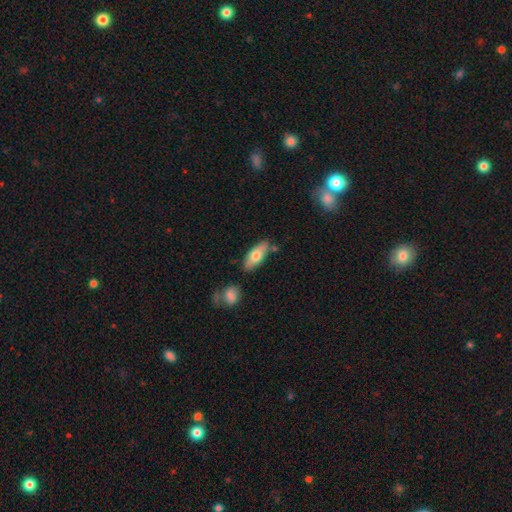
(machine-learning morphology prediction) The model was most divided on "smooth or featured": smooth: 69%, featured or disk: 25%, star or artifact: 6%. More confident: how rounded — in between (80%); merging — none (74%).